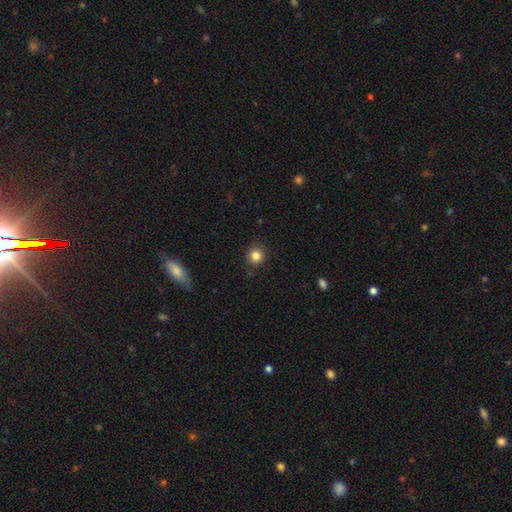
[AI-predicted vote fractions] smooth-or-featured: smooth: 84% | star or artifact: 11% | featured or disk: 5%
  how-rounded: round: 88% | in between: 11% | cigar-shaped: 1%
  merging: none: 88% | minor disturbance: 9% | major disturbance: 2% | merger: 1%